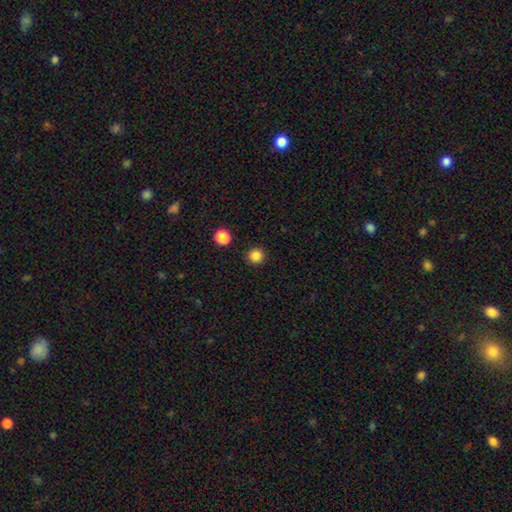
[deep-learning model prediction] Overall: smooth (86%). How rounded: round (95%). Merging: none (92%).